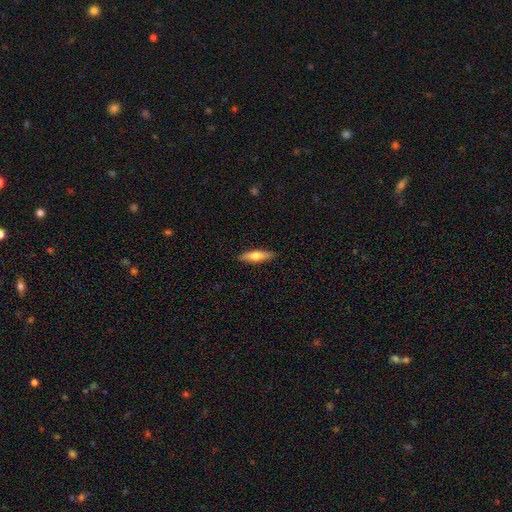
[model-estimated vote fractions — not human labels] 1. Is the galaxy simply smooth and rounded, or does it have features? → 60% smooth, 34% featured or disk, 6% star or artifact.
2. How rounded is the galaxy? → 65% cigar-shaped, 33% in between, 2% round.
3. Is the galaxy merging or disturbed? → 88% none, 9% minor disturbance, 2% major disturbance, 1% merger.